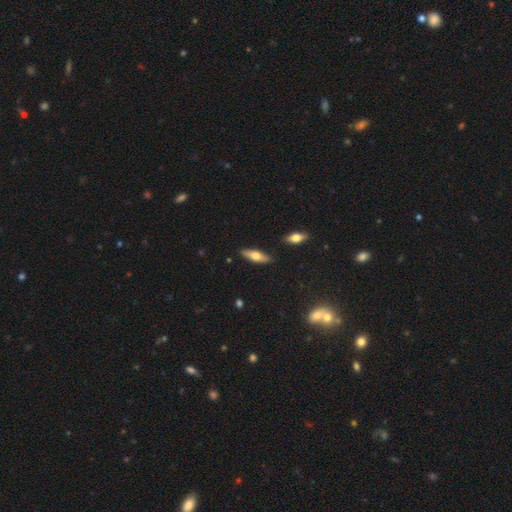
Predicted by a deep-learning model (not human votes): A smooth galaxy with no disk features (58%) that is in between round and cigar-shaped (51%).

Vote fractions:
- Smooth or featured? smooth: 58% / featured or disk: 36% / star or artifact: 6%
- How rounded? in between: 51% / cigar-shaped: 46% / round: 2%
- Merging? none: 85% / minor disturbance: 11% / merger: 3% / major disturbance: 2%